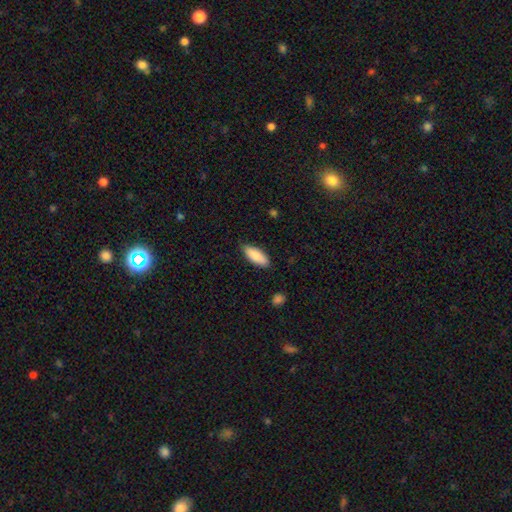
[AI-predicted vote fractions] smooth 86%, featured or disk 8%, star or artifact 6%. Down the decision tree: how rounded — in between (75%); merging — none (84%).